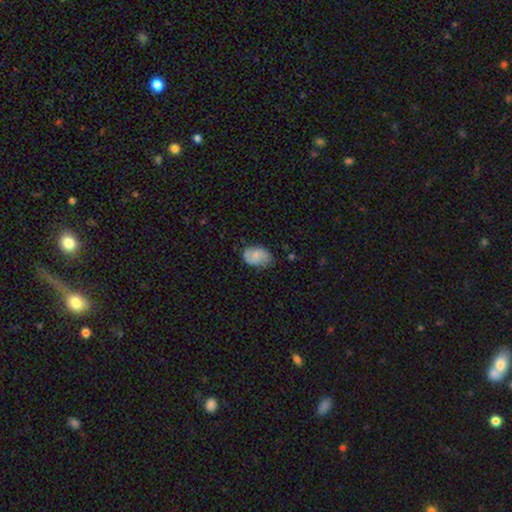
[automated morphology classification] Smooth or featured? Predicted: smooth (p=0.71). How rounded? Predicted: in between (p=0.88). Merging? Predicted: none (p=0.65).